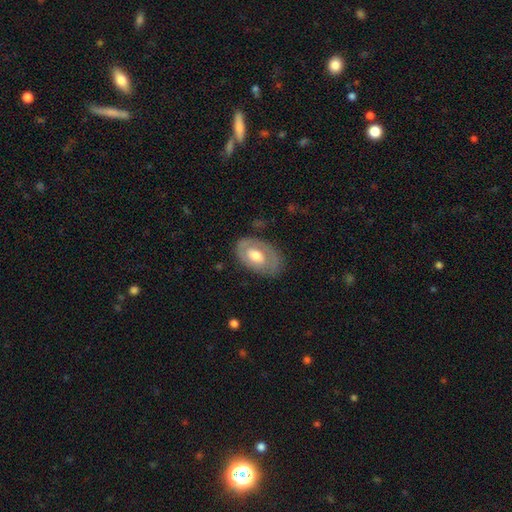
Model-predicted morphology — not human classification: A featured or disk galaxy (53%). Merging: none (72%).